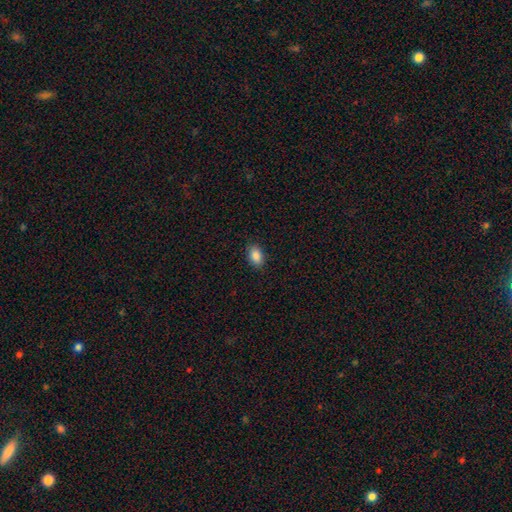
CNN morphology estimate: The model was most divided on "how rounded": in between: 87%, round: 11%, cigar-shaped: 2%. More confident: merging — none (88%); smooth or featured — smooth (88%).